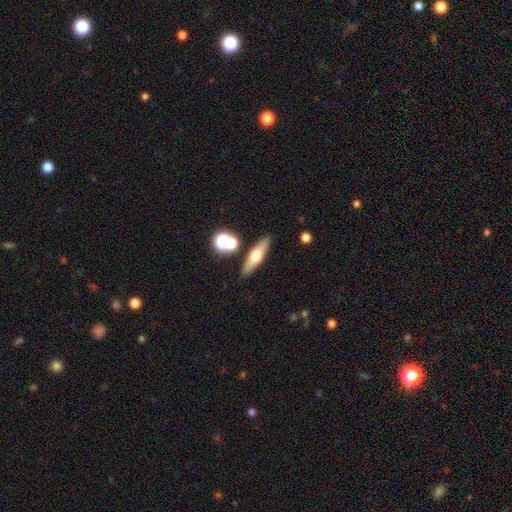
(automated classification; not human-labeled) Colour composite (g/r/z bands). It shows a featured or disk galaxy (48%). Merging: none (83%).